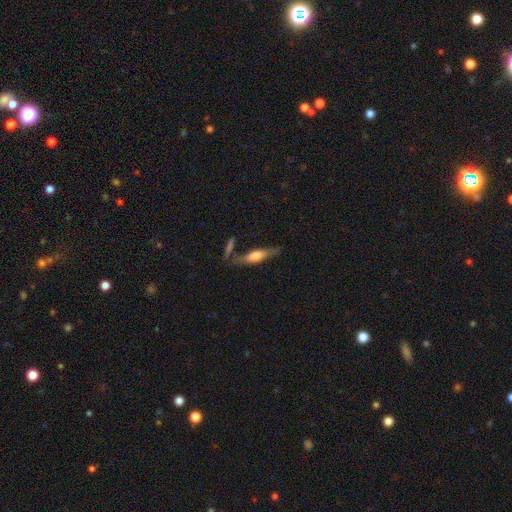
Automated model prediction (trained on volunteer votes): The model was most divided on "smooth or featured": featured or disk: 51%, smooth: 42%, star or artifact: 7%. More confident: edge-on disk — yes (88%); merging — none (68%).